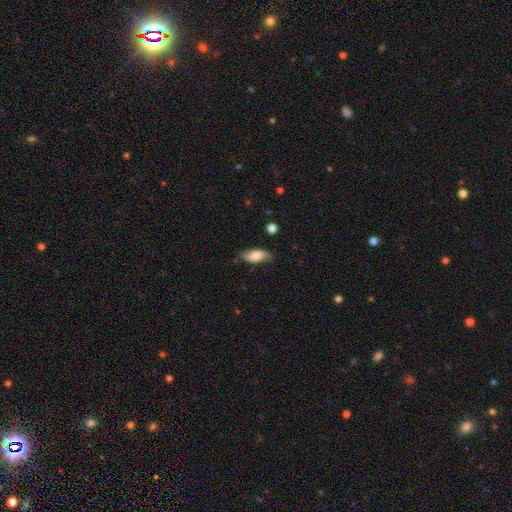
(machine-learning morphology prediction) smooth_or_featured: smooth (p=0.74) [alt: featured or disk p=0.20]
how_rounded: in between (p=0.77) [alt: cigar-shaped p=0.20]
merging: none (p=0.79) [alt: minor disturbance p=0.17]